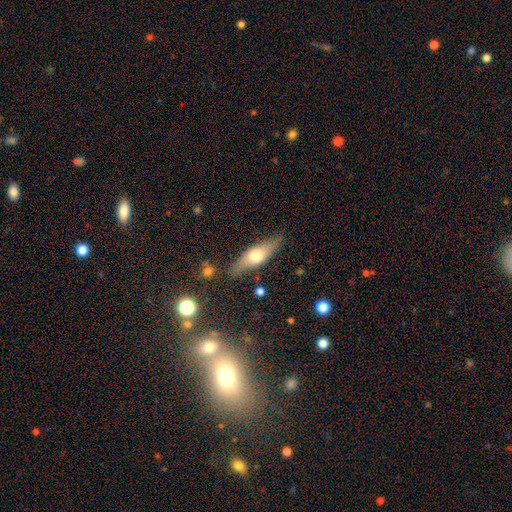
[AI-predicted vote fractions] smooth_or_featured: smooth (p=0.54) [alt: featured or disk p=0.40]
how_rounded: in between (p=0.50) [alt: cigar-shaped p=0.47]
merging: none (p=0.79) [alt: minor disturbance p=0.15]